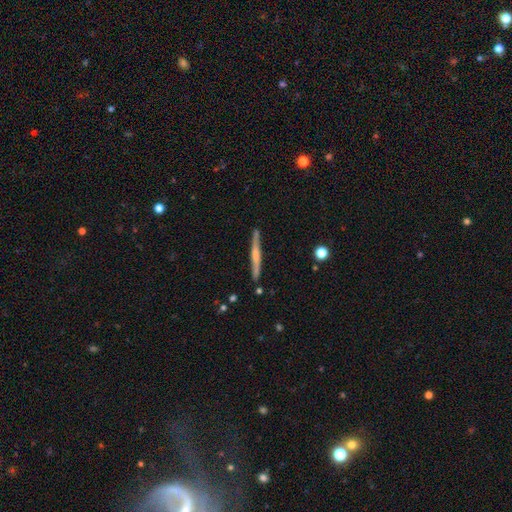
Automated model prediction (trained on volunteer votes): featured or disk 58%, smooth 37%, star or artifact 6%. Down the decision tree: edge-on disk — yes (96%); edge-on bulge — rounded (43%); merging — none (86%).